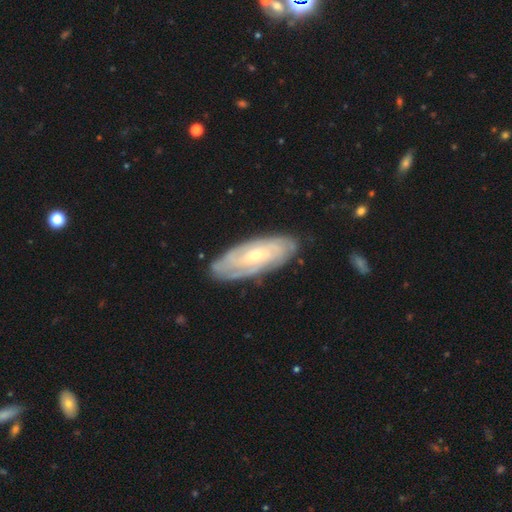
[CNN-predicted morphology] Smooth or featured: featured or disk — 78% (smooth — 17%)
Edge-on disk: no — 90% (yes — 10%)
Bar: no — 58% (weak — 33%)
Spiral arms: yes — 93% (no — 7%)
Spiral winding: tight — 72% (medium — 23%)
Spiral arm count: can't tell — 46% (2 — 18%)
Bulge size: small — 63% (moderate — 34%)
Merging: none — 82% (minor disturbance — 14%)